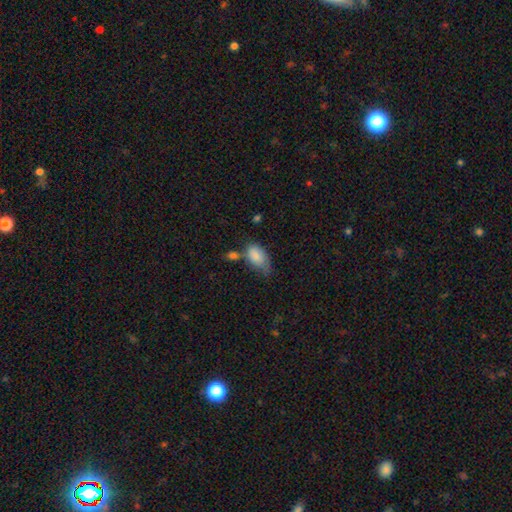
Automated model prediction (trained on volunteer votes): Smooth or featured: smooth — 84% (featured or disk — 8%)
How rounded: in between — 91% (round — 6%)
Merging: minor disturbance — 35% (none — 33%)